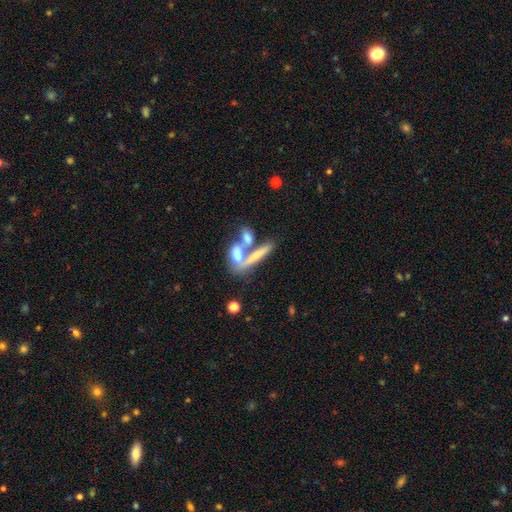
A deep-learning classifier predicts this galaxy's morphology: The model was most divided on "how rounded": cigar-shaped: 57%, in between: 36%, round: 7%. More confident: smooth or featured — smooth (61%); merging — merger (54%).